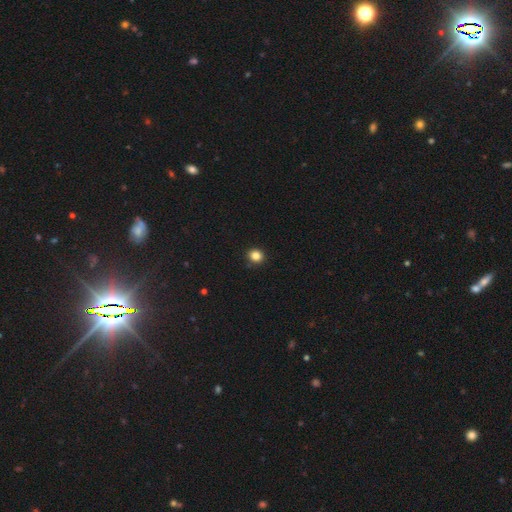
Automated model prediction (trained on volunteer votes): smooth-or-featured: smooth: 84% | star or artifact: 12% | featured or disk: 4%
  how-rounded: round: 83% | in between: 16% | cigar-shaped: 1%
  merging: none: 91% | minor disturbance: 6% | major disturbance: 2% | merger: 1%